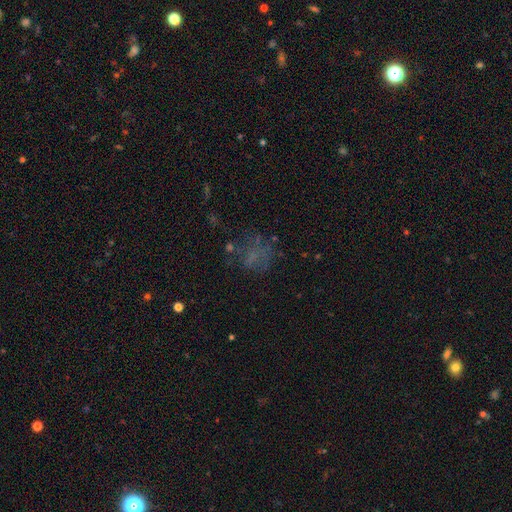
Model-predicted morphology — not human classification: Q: Smooth or featured?
A: smooth (43%); runner-up: featured or disk (29%)
Q: Merging?
A: none (50%); runner-up: major disturbance (26%)